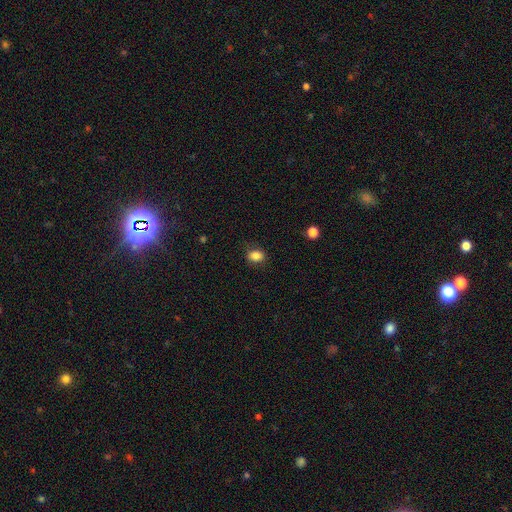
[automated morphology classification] Overall: smooth (85%). How rounded: in between (61%; round 38%). Merging: none (82%).